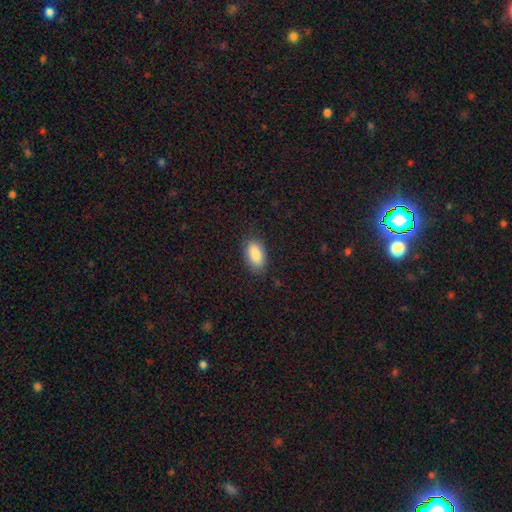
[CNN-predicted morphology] A smooth galaxy with no disk features (87%) that is in between round and cigar-shaped (92%).

Vote fractions:
- Smooth or featured? smooth: 87% / star or artifact: 7% / featured or disk: 6%
- How rounded? in between: 92% / round: 4% / cigar-shaped: 3%
- Merging? none: 84% / minor disturbance: 12% / major disturbance: 3% / merger: 1%